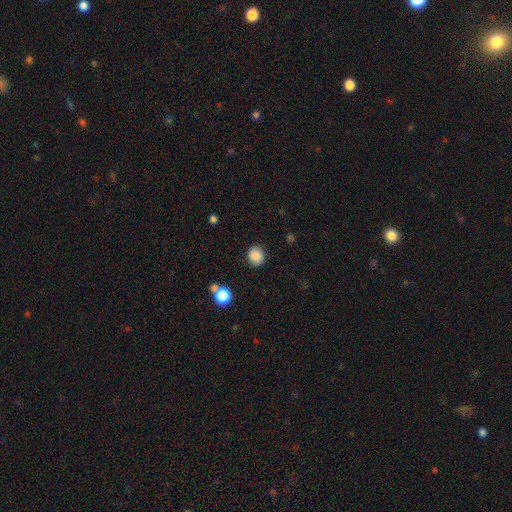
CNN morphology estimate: smooth-or-featured: smooth: 85% | star or artifact: 9% | featured or disk: 6%
  how-rounded: round: 80% | in between: 19% | cigar-shaped: 1%
  merging: none: 84% | minor disturbance: 11% | major disturbance: 3% | merger: 2%